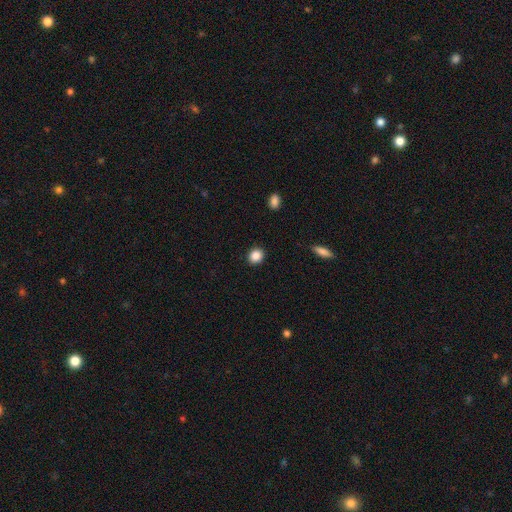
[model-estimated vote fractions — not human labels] This is clearly a smooth galaxy (88%). How rounded: likely round (72%). Merging: clearly none (90%).